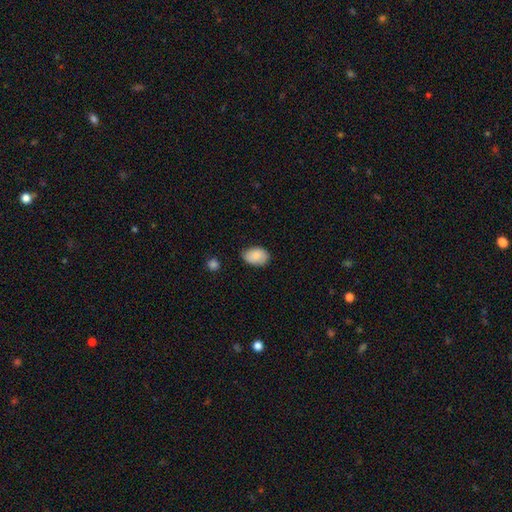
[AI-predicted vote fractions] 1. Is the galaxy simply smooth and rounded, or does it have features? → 85% smooth, 9% featured or disk, 7% star or artifact.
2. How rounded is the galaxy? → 82% in between, 17% round, 1% cigar-shaped.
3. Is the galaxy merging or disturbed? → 74% none, 21% minor disturbance, 3% major disturbance, 2% merger.